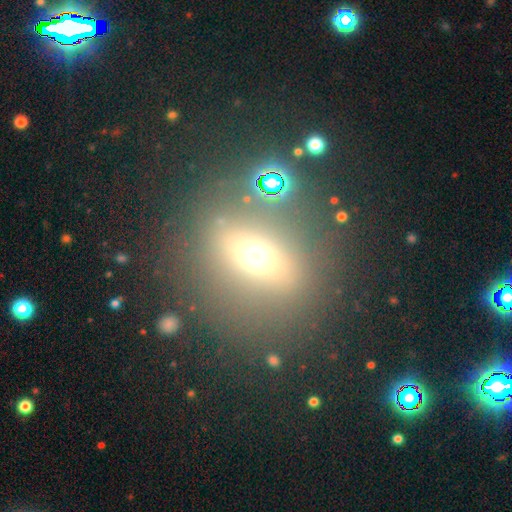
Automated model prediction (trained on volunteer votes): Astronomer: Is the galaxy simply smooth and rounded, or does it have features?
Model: smooth — 58%.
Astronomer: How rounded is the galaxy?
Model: round — 51% (runner-up: in between, 46%).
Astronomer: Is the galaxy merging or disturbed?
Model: none — 75%.